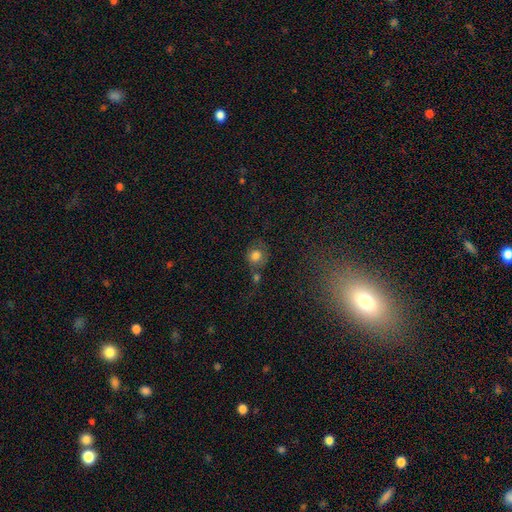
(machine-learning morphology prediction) type=smooth (75%); roundness=round (81%); merging=none (50%).